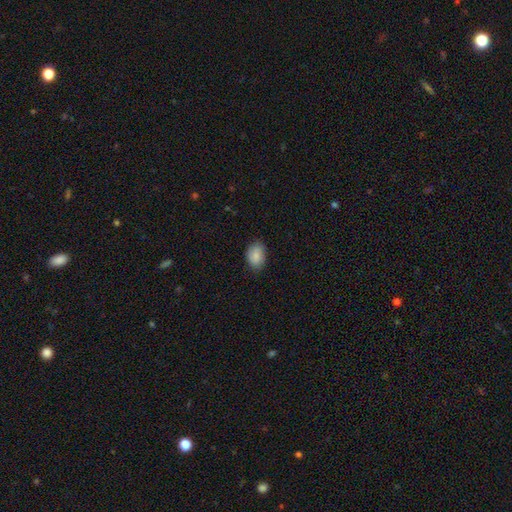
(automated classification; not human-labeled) The model was most divided on "merging": none: 79%, minor disturbance: 17%, major disturbance: 3%, merger: 1%. More confident: smooth or featured — smooth (84%); how rounded — in between (82%).